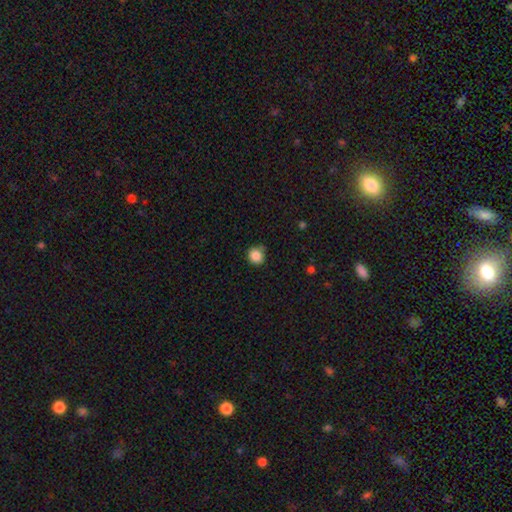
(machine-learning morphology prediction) This appears to be a smooth galaxy with no disk features (86%) that is round (90%). Merging: none (80%).